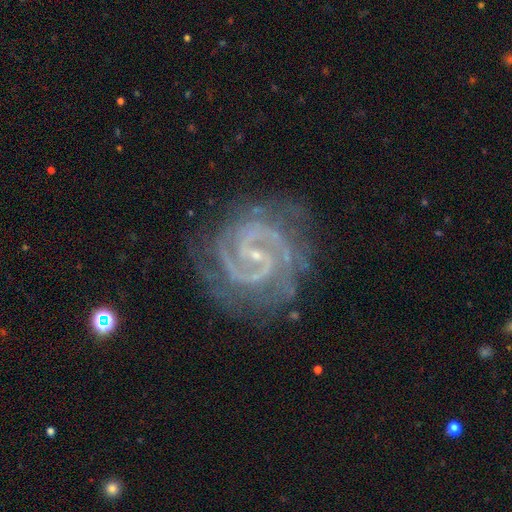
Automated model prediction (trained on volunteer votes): featured or disk 92%, star or artifact 5%, smooth 2%. Down the decision tree: edge-on disk — no (98%); bar — weak (44%); spiral arms — yes (99%); spiral arm count — 2 (78%); spiral winding — tight (59%); bulge size — small (85%); merging — none (76%).